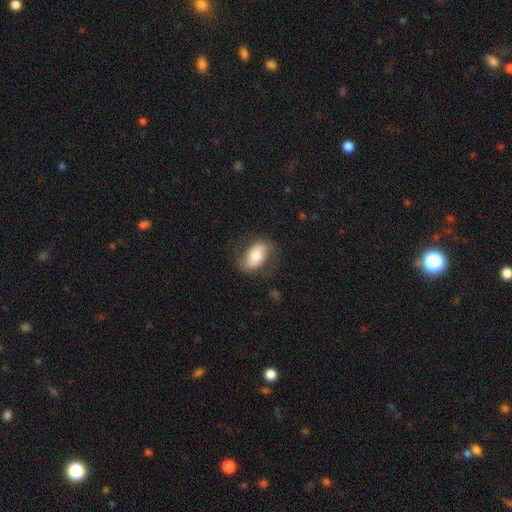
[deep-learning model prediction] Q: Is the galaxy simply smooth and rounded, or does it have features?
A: smooth — 60%.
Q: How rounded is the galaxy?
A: in between — 89%.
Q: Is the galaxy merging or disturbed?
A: none — 72%.